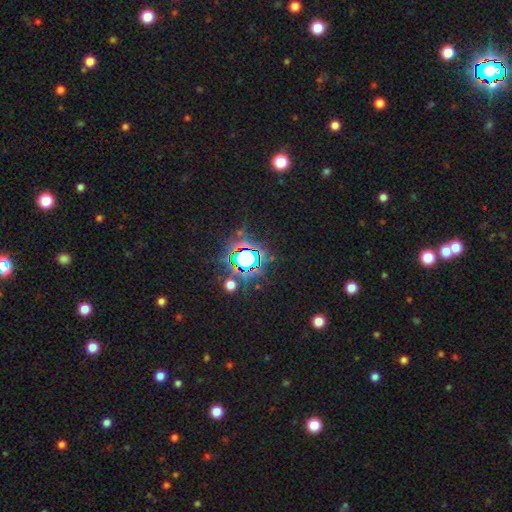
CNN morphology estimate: Overall: star or artifact (75%).